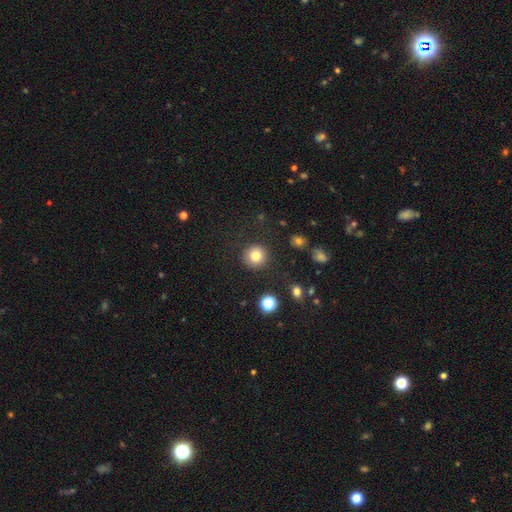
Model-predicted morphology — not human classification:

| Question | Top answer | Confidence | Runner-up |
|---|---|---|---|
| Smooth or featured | smooth | 82% | star or artifact (11%) |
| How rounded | round | 93% | in between (6%) |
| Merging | none | 88% | minor disturbance (7%) |